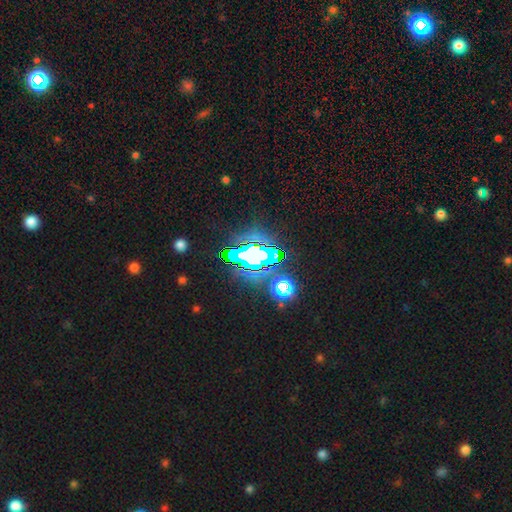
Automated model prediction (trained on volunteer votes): Smooth or featured?
  - star or artifact: 71% *
  - smooth: 17%
  - featured or disk: 12%